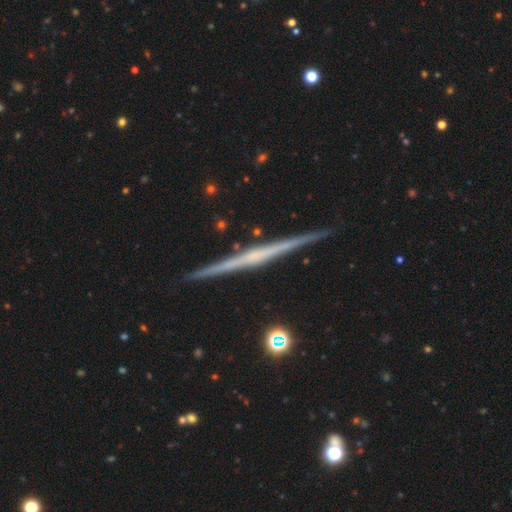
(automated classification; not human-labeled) This appears to be a featured or disk galaxy (77%) viewed edge-on (98%) with no central bulge (69%). Merging: none (91%).